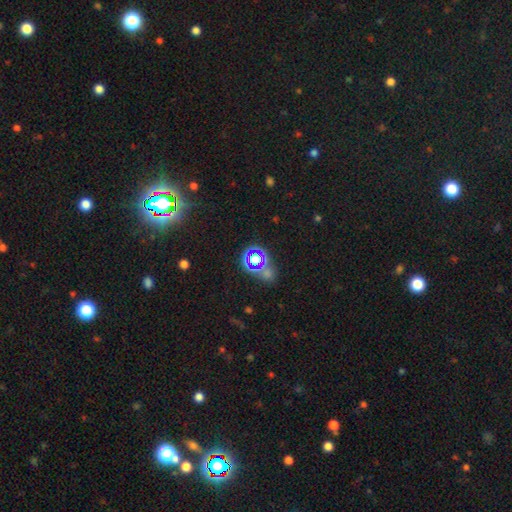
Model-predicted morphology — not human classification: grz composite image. It shows a star or artifact, not a galaxy (61%).